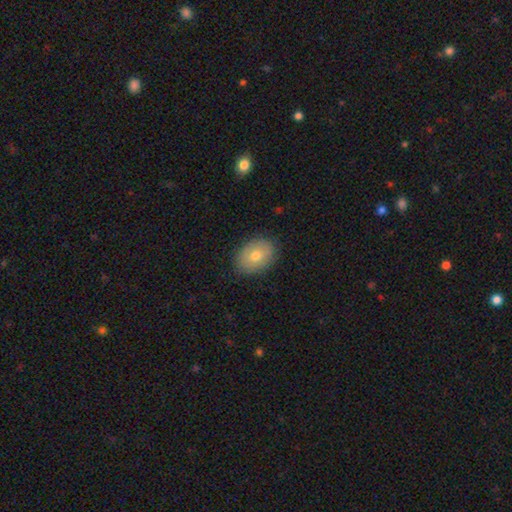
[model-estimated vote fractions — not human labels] Smooth or featured?
  - smooth: 70% *
  - featured or disk: 22%
  - star or artifact: 8%
How rounded?
  - in between: 70% *
  - round: 29%
  - cigar-shaped: 1%
Merging?
  - none: 85% *
  - minor disturbance: 11%
  - major disturbance: 3%
  - merger: 1%